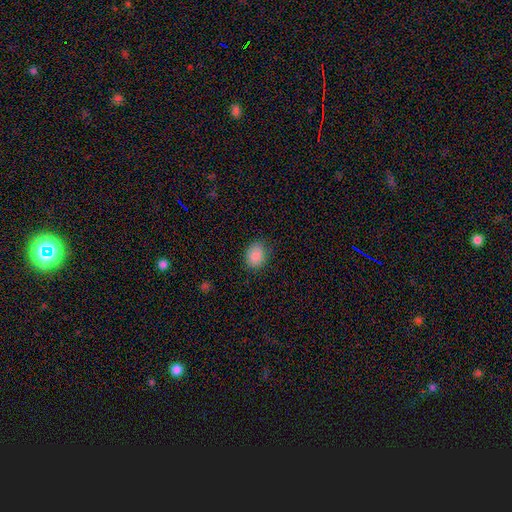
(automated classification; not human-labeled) The model was most divided on "how rounded": in between: 60%, round: 39%, cigar-shaped: 1%. More confident: smooth or featured — smooth (88%); merging — none (81%).